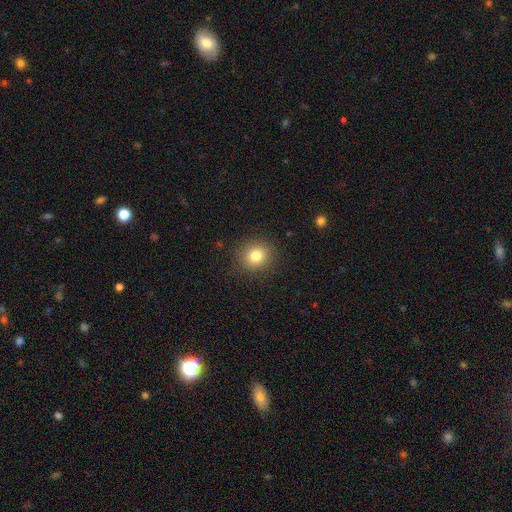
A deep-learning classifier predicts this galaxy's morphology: type=smooth (80%); roundness=round (85%); merging=none (89%).